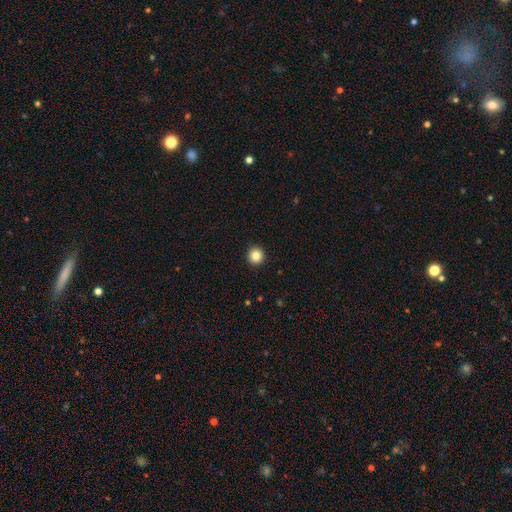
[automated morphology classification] Smooth or featured?
  - smooth: 85% *
  - star or artifact: 11%
  - featured or disk: 4%
How rounded?
  - round: 93% *
  - in between: 6%
  - cigar-shaped: 1%
Merging?
  - none: 93% *
  - minor disturbance: 4%
  - major disturbance: 1%
  - merger: 1%